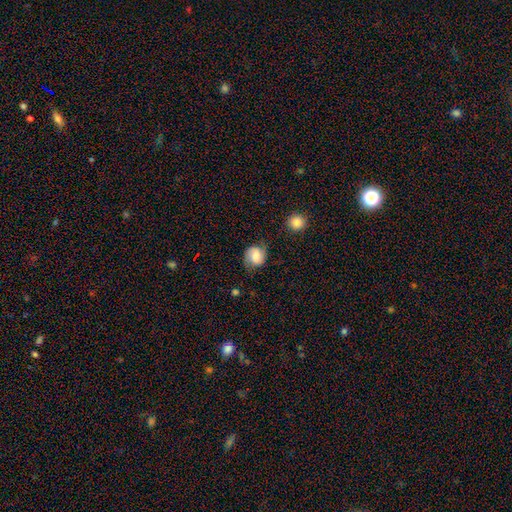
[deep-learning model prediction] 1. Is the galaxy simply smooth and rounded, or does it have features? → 57% smooth, 34% featured or disk, 9% star or artifact.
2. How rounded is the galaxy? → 73% round, 26% in between, 1% cigar-shaped.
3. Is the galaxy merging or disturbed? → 66% none, 24% minor disturbance, 7% major disturbance, 2% merger.